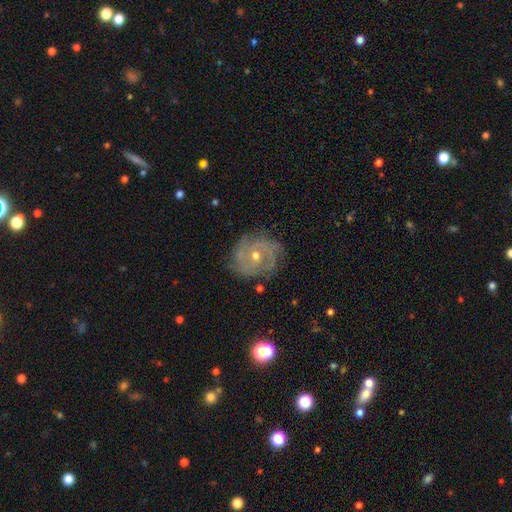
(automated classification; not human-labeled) A featured or disk galaxy (85%) with no bar (64%), 3 (30%) tight (60%) spiral arms (95%) and a moderate central bulge (52%). Merging: none (78%).